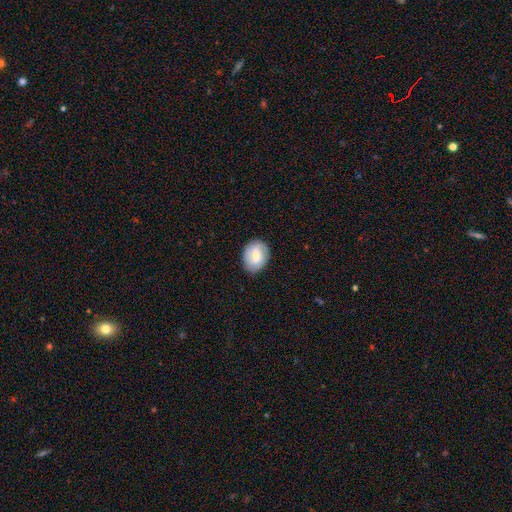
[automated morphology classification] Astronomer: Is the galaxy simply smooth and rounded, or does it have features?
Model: smooth — 55% (runner-up: featured or disk, 37%).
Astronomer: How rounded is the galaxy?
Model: in between — 61% (runner-up: round, 37%).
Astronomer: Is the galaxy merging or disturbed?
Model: none — 84%.